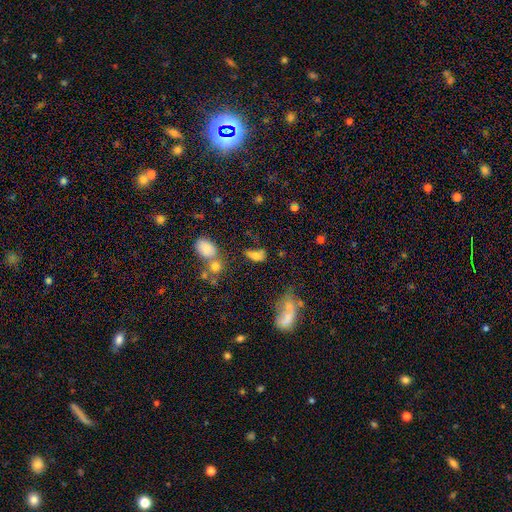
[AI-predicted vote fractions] This is likely a smooth galaxy (70%). How rounded: clearly in between (81%). Merging: marginally none (40%).